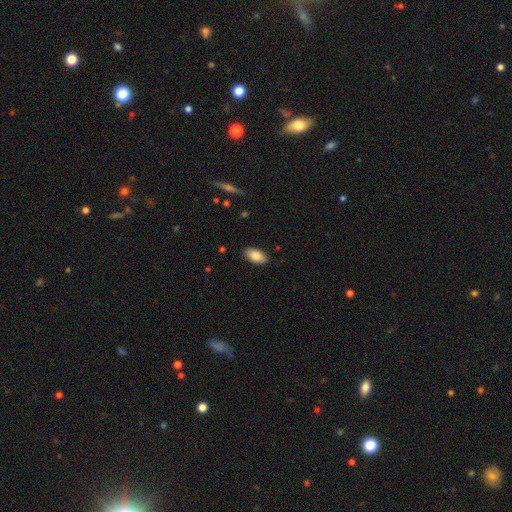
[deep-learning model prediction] A smooth galaxy with no disk features (86%) that is in between round and cigar-shaped (94%). Merging: none (88%).